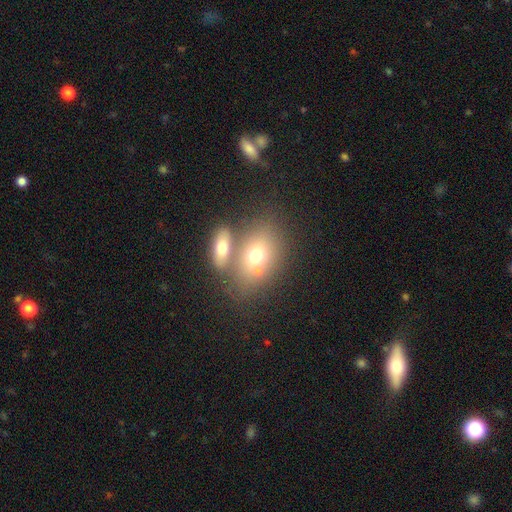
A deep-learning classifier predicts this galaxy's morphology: Smooth or featured? Predicted: smooth (p=0.66). How rounded? Predicted: in between (p=0.72). Merging? Predicted: merger (p=0.42, tied with none).